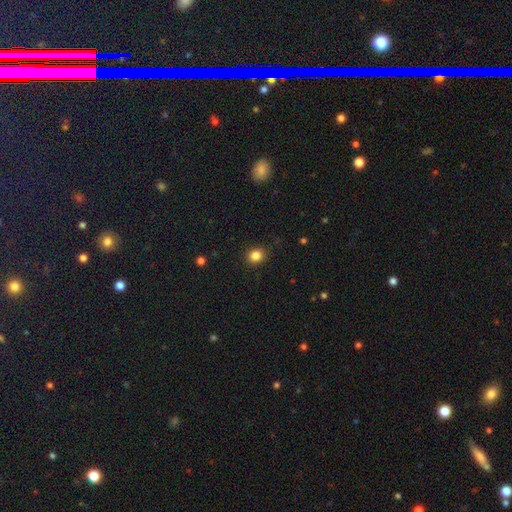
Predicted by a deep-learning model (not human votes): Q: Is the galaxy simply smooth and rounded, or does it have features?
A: smooth — 85%.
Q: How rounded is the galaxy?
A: round — 75%.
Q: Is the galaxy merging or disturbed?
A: none — 90%.